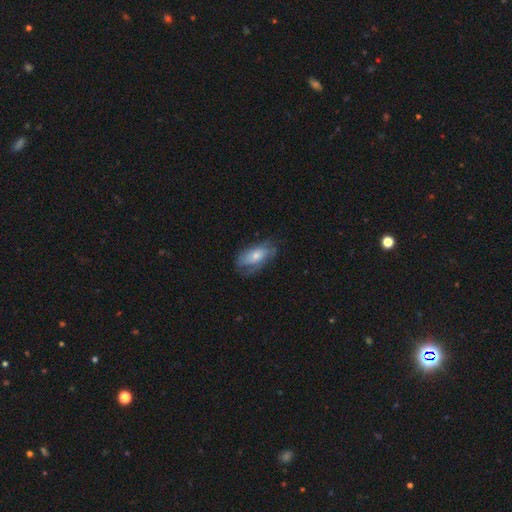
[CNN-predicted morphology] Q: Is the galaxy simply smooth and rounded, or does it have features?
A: featured or disk — 47%.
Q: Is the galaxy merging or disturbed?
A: none — 59%.